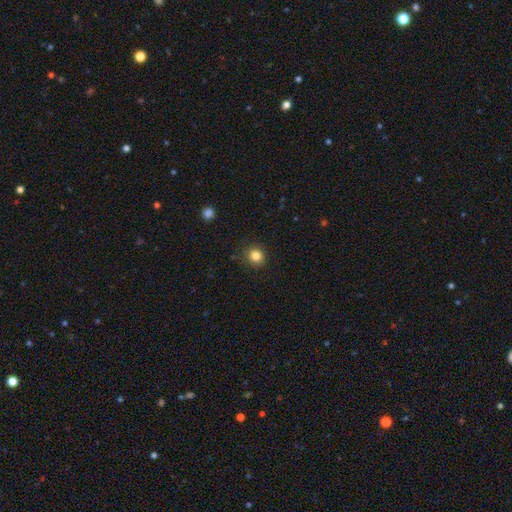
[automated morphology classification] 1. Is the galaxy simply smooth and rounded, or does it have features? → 83% smooth, 12% star or artifact, 5% featured or disk.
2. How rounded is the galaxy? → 88% round, 11% in between, 1% cigar-shaped.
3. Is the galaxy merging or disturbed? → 89% none, 7% minor disturbance, 2% major disturbance, 1% merger.